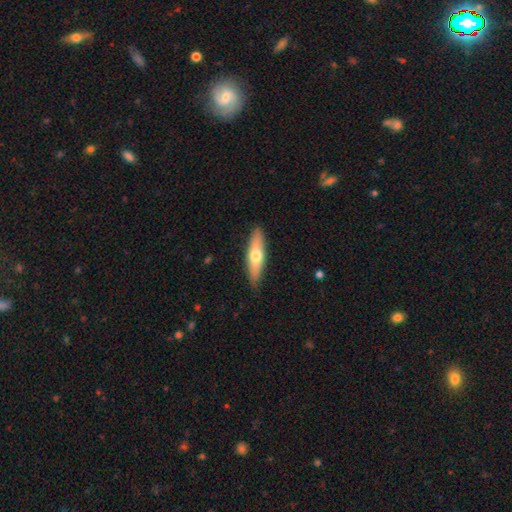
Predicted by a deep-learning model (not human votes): This is possibly a smooth galaxy (53%). How rounded: likely cigar-shaped (65%). Merging: clearly none (88%).